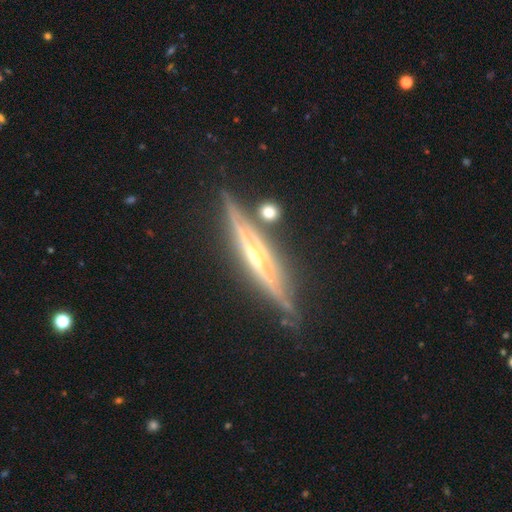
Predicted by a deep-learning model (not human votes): A featured or disk galaxy (85%) viewed edge-on (96%) with a rounded central bulge (64%).

Vote fractions:
- Smooth or featured? featured or disk: 85% / smooth: 9% / star or artifact: 7%
- Edge-on disk? yes: 96% / no: 4%
- Edge-on bulge? rounded: 64% / none: 27% / boxy: 9%
- Merging? none: 81% / minor disturbance: 12% / merger: 4% / major disturbance: 3%